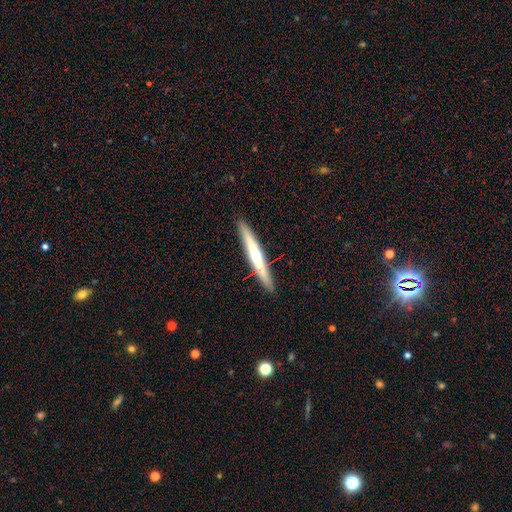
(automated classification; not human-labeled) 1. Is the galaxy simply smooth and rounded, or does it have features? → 55% featured or disk, 40% smooth, 5% star or artifact.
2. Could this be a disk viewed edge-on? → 97% yes, 3% no.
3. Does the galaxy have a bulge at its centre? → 60% rounded, 34% none, 6% boxy.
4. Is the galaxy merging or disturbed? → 90% none, 7% minor disturbance, 2% merger, 1% major disturbance.